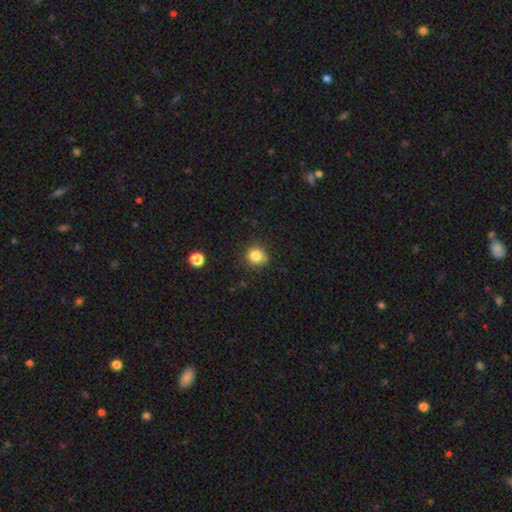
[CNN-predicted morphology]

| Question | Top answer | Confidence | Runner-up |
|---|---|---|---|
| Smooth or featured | smooth | 83% | star or artifact (12%) |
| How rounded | round | 90% | in between (9%) |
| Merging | none | 82% | minor disturbance (13%) |